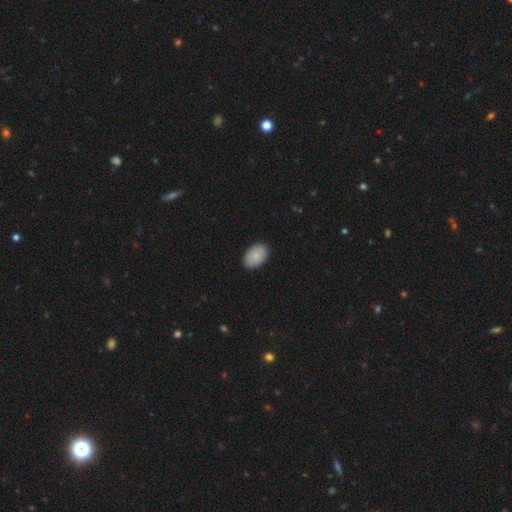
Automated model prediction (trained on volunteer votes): This is clearly a smooth galaxy (88%). How rounded: clearly in between (91%). Merging: clearly none (89%).